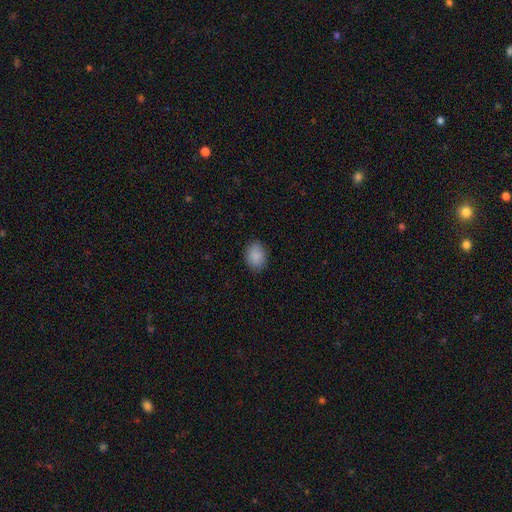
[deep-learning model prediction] smooth_or_featured: smooth (p=0.89) [alt: star or artifact p=0.08]
how_rounded: in between (p=0.63) [alt: round p=0.36]
merging: none (p=0.87) [alt: minor disturbance p=0.10]